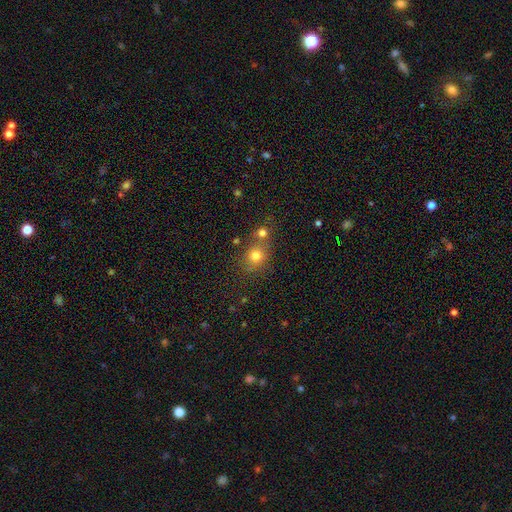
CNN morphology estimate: Smooth or featured? Predicted: smooth (p=0.77). How rounded? Predicted: round (p=0.78). Merging? Predicted: none (p=0.56).